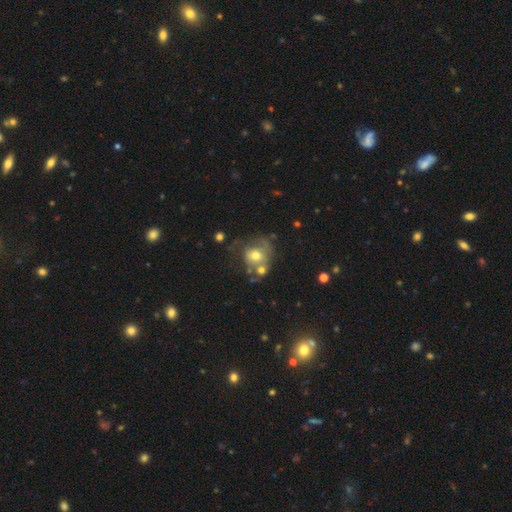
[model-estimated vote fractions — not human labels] This is possibly a smooth galaxy (50%). Merging: marginally none (33%).